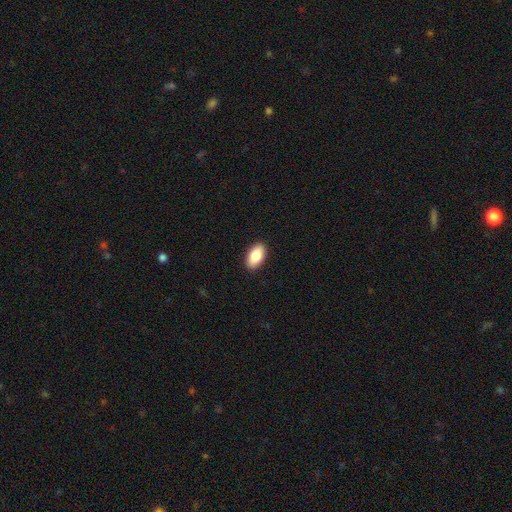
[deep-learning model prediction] Q: Smooth or featured?
A: smooth (85%); runner-up: featured or disk (9%)
Q: How rounded?
A: in between (94%); runner-up: round (3%)
Q: Merging?
A: none (91%); runner-up: minor disturbance (6%)